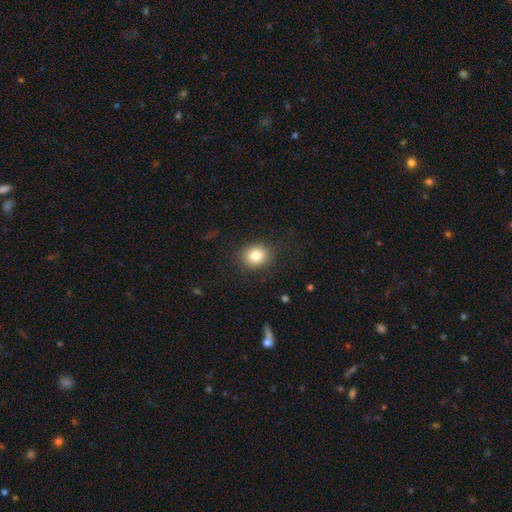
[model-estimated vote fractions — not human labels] smooth_or_featured: smooth (p=0.82) [alt: star or artifact p=0.10]
how_rounded: round (p=0.67) [alt: in between p=0.32]
merging: none (p=0.87) [alt: minor disturbance p=0.09]